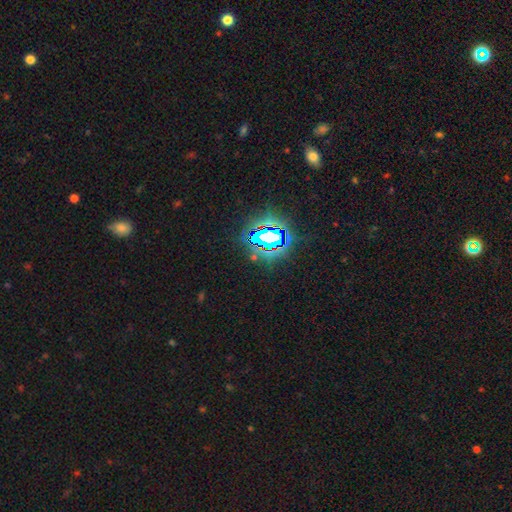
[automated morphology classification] Smooth or featured: star or artifact — 79% (smooth — 12%)